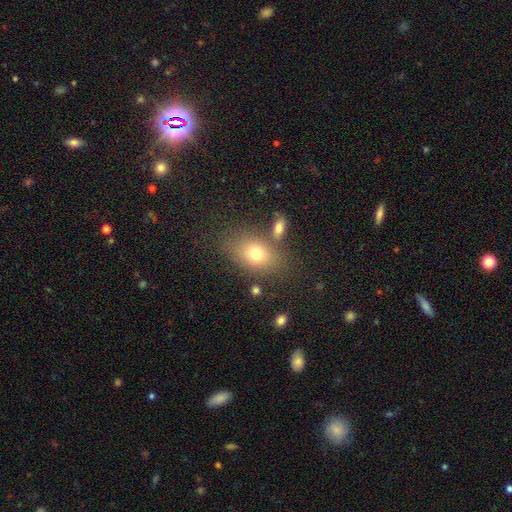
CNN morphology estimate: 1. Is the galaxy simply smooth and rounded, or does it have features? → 73% smooth, 16% featured or disk, 11% star or artifact.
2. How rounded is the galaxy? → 78% in between, 20% round, 2% cigar-shaped.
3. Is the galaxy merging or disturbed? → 66% none, 14% minor disturbance, 13% merger, 6% major disturbance.